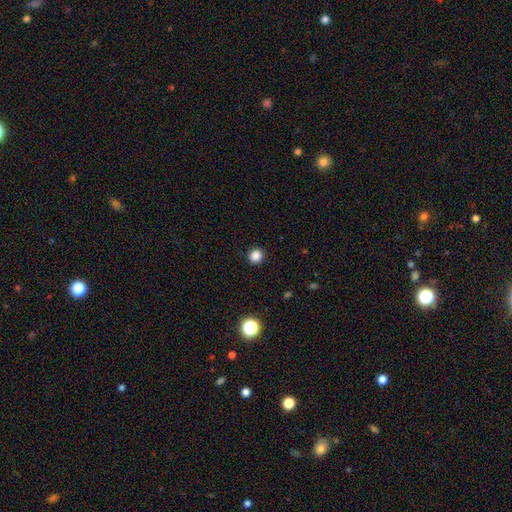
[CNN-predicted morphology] A smooth galaxy with no disk features (85%) that is round (85%).

Vote fractions:
- Smooth or featured? smooth: 85% / star or artifact: 12% / featured or disk: 3%
- How rounded? round: 85% / in between: 14% / cigar-shaped: 1%
- Merging? none: 91% / minor disturbance: 6% / major disturbance: 2% / merger: 1%